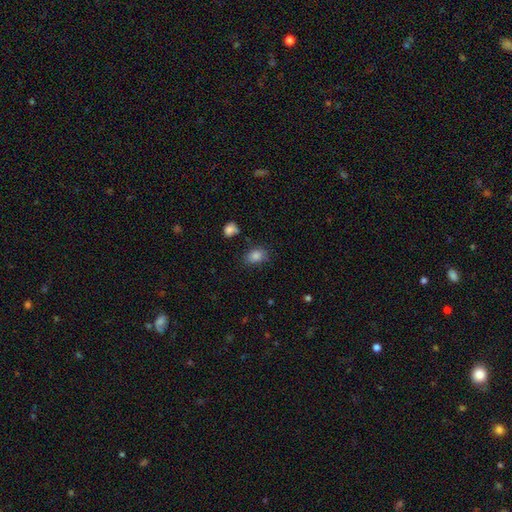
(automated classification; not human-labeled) Morphology: type=smooth (84%); roundness=in between (77%); merging=none (73%).